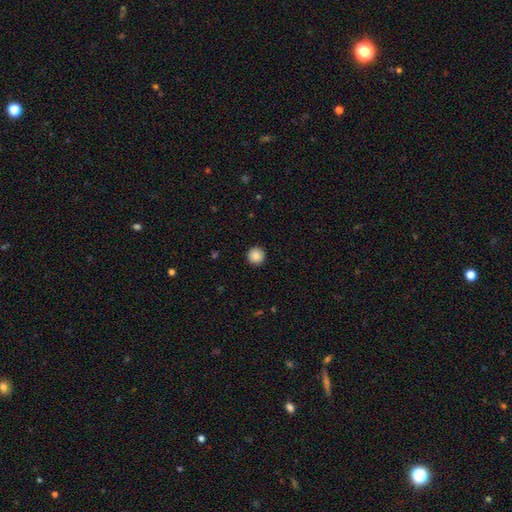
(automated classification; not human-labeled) Q: Smooth or featured?
A: smooth (87%); runner-up: star or artifact (8%)
Q: How rounded?
A: round (96%); runner-up: in between (3%)
Q: Merging?
A: none (93%); runner-up: minor disturbance (4%)